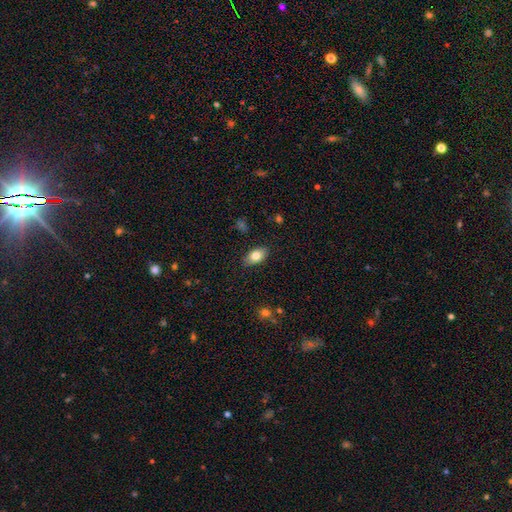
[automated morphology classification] A smooth galaxy with no disk features (81%) that is in between round and cigar-shaped (91%).

Vote fractions:
- Smooth or featured? smooth: 81% / featured or disk: 12% / star or artifact: 8%
- How rounded? in between: 91% / round: 6% / cigar-shaped: 3%
- Merging? none: 85% / minor disturbance: 11% / major disturbance: 2% / merger: 1%